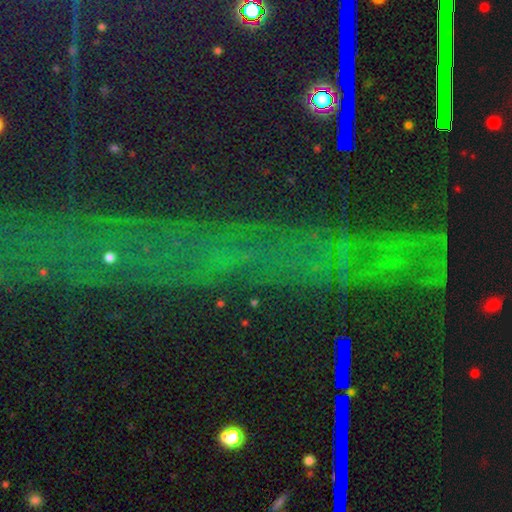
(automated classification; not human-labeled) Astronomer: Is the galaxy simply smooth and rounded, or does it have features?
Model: star or artifact — 79%.